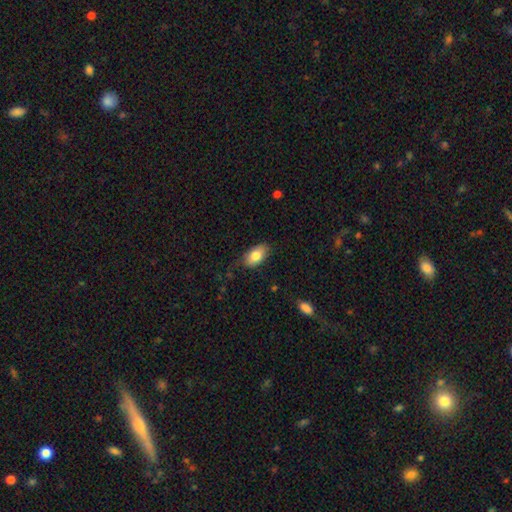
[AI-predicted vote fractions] smooth 81%, featured or disk 12%, star or artifact 7%. Down the decision tree: how rounded — in between (93%); merging — none (79%).